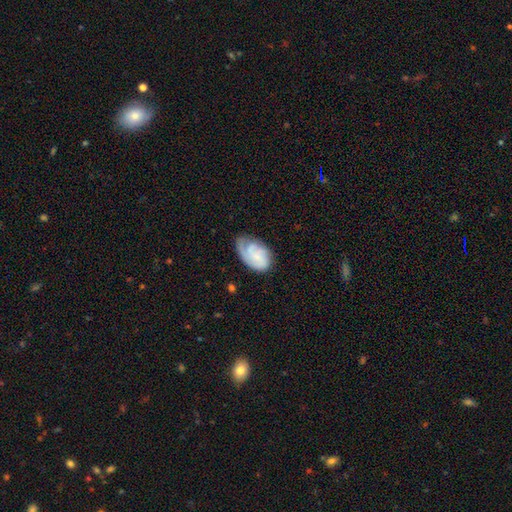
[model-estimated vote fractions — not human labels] This is possibly a featured or disk galaxy (54%). It is clearly not viewed edge-on (97%). Bar: likely no (70%). Spiral arm pattern: clearly yes (87%). Central bulge: marginally small (44%). Merging: possibly none (52%).